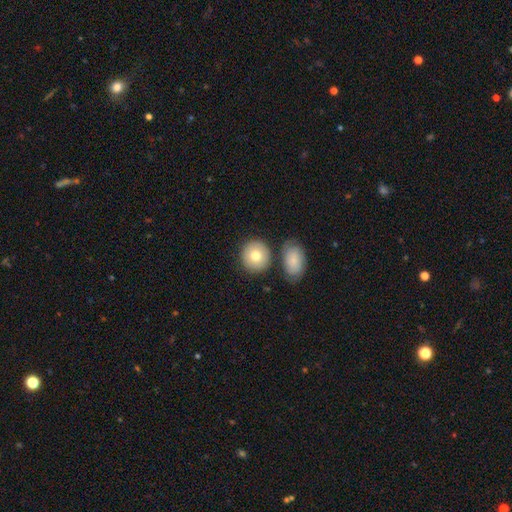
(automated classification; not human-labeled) Q: Smooth or featured?
A: smooth (78%); runner-up: featured or disk (15%)
Q: How rounded?
A: round (86%); runner-up: in between (13%)
Q: Merging?
A: none (71%); runner-up: merger (14%)